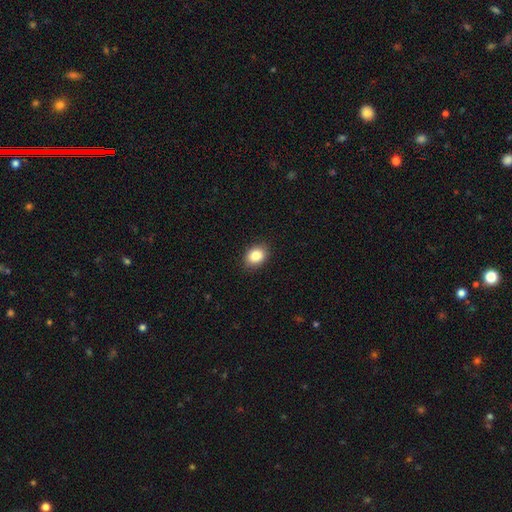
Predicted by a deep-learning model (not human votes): smooth_or_featured: smooth (p=0.86) [alt: star or artifact p=0.09]
how_rounded: in between (p=0.62) [alt: round p=0.37]
merging: none (p=0.87) [alt: minor disturbance p=0.09]